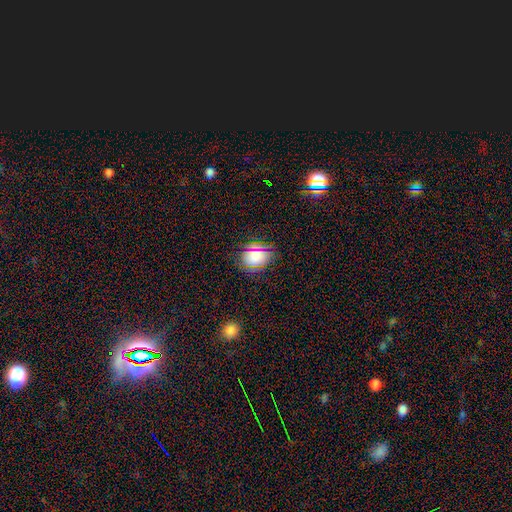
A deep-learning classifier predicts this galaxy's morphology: Smooth or featured? Predicted: smooth (p=0.71). How rounded? Predicted: round (p=0.50). Merging? Predicted: none (p=0.82).